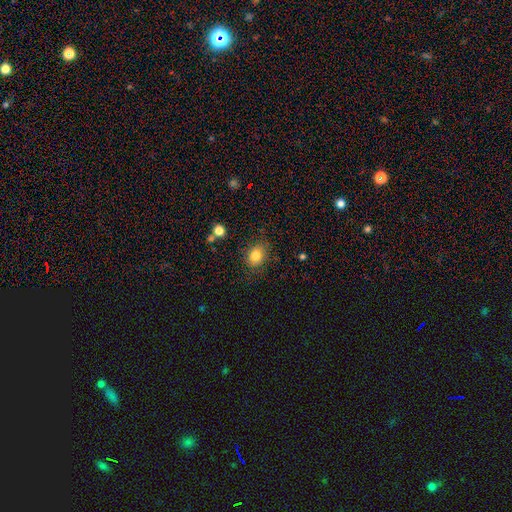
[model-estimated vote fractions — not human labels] Q: Smooth or featured?
A: smooth (82%); runner-up: star or artifact (10%)
Q: How rounded?
A: round (52%); runner-up: in between (48%)
Q: Merging?
A: none (81%); runner-up: minor disturbance (14%)